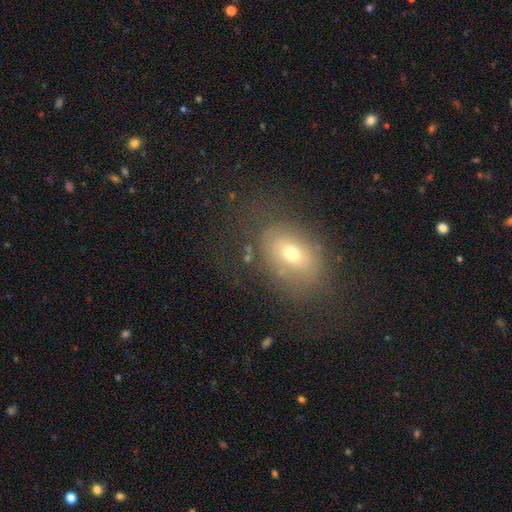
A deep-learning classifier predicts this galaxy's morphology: Q: Smooth or featured?
A: smooth (52%); runner-up: featured or disk (26%)
Q: How rounded?
A: in between (73%); runner-up: round (25%)
Q: Merging?
A: none (72%); runner-up: minor disturbance (16%)